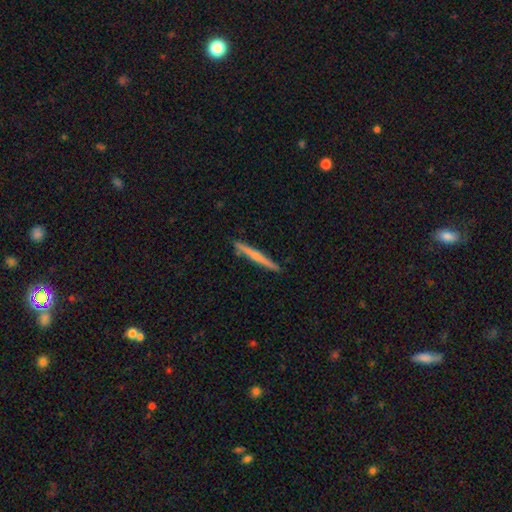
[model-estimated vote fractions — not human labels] This is possibly a smooth galaxy (47%, tied with featured or disk). Merging: clearly none (90%).